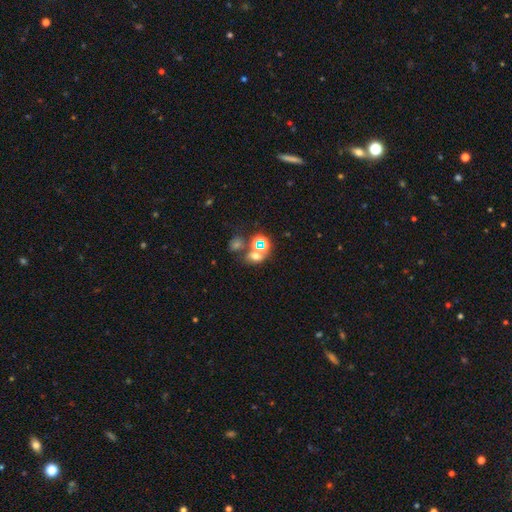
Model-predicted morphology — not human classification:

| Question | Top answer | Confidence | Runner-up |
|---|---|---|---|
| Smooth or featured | smooth | 44% | star or artifact (43%) |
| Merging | none | 52% | merger (31%) |